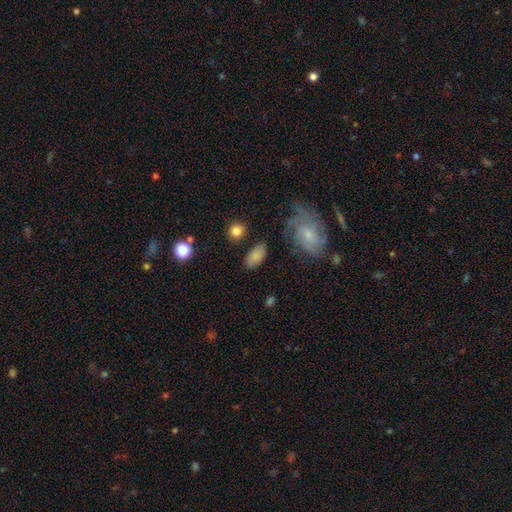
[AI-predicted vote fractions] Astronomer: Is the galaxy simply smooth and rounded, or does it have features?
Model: smooth — 82%.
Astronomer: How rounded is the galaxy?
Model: in between — 89%.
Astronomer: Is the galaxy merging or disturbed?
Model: none — 77%.